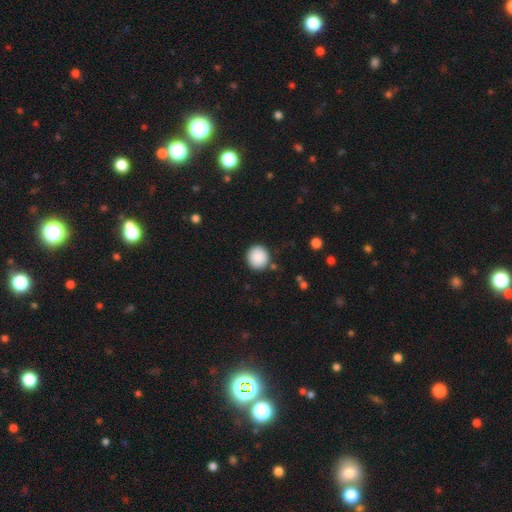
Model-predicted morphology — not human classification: smooth-or-featured: smooth: 89% | star or artifact: 8% | featured or disk: 3%
  how-rounded: round: 92% | in between: 7% | cigar-shaped: 1%
  merging: none: 88% | minor disturbance: 7% | major disturbance: 2% | merger: 2%